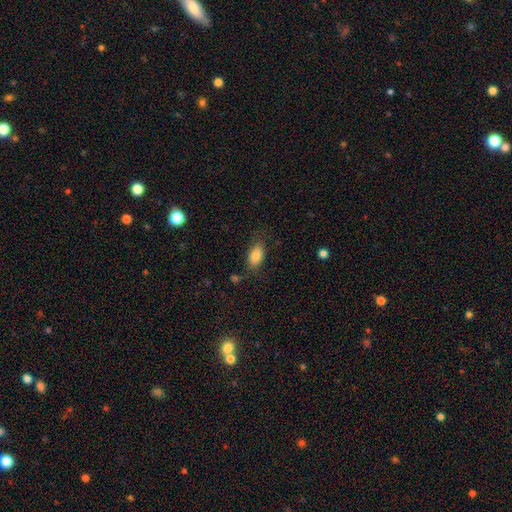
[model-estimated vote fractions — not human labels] A smooth galaxy with no disk features (82%) that is in between round and cigar-shaped (90%). Merging: none (75%).